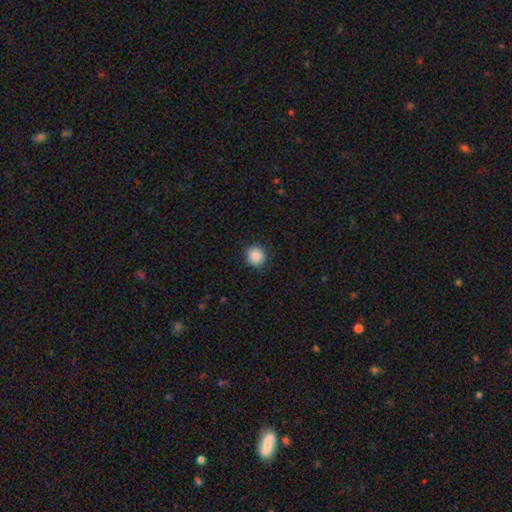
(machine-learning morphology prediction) Smooth or featured?
  - smooth: 89% *
  - star or artifact: 9%
  - featured or disk: 3%
How rounded?
  - round: 91% *
  - in between: 8%
  - cigar-shaped: 1%
Merging?
  - none: 90% *
  - minor disturbance: 7%
  - major disturbance: 2%
  - merger: 1%